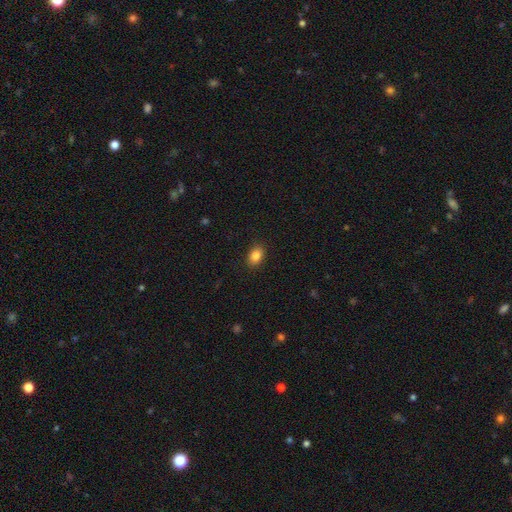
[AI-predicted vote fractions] A smooth galaxy with no disk features (86%) that is in between round and cigar-shaped (77%). Merging: none (88%).